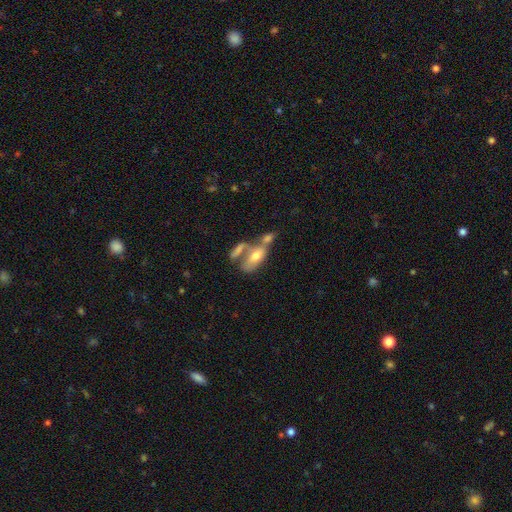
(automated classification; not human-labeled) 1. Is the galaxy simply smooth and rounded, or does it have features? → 57% smooth, 35% featured or disk, 8% star or artifact.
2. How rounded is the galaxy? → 81% in between, 14% cigar-shaped, 4% round.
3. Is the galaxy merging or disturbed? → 53% merger, 26% none, 12% minor disturbance, 10% major disturbance.